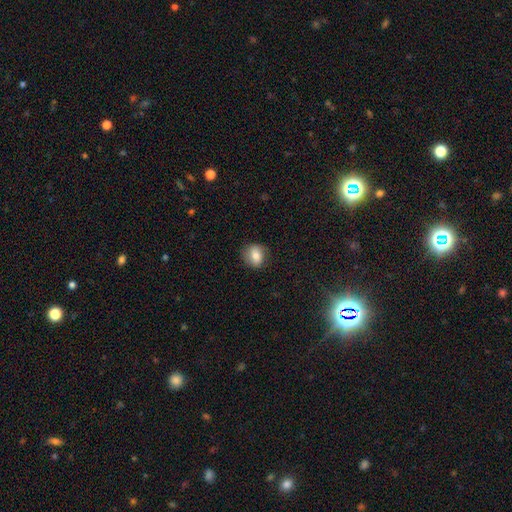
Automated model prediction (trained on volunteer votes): Smooth or featured? smooth (76%)
How rounded? round (65%)
Merging? none (79%)